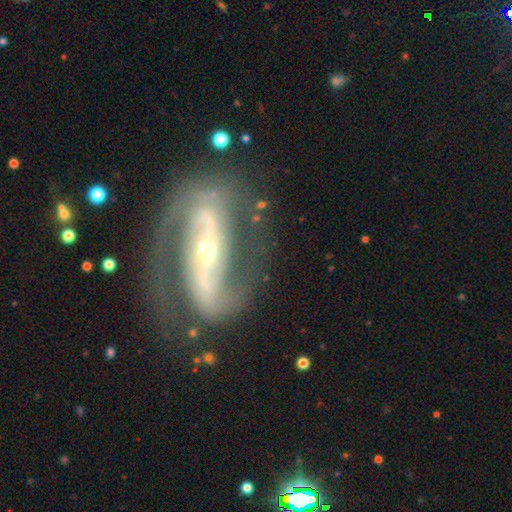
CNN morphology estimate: smooth_or_featured: featured or disk (p=0.89) [alt: star or artifact p=0.05]
disk_edge_on: no (p=0.95) [alt: yes p=0.05]
bar: strong (p=0.58) [alt: weak p=0.23]
has_spiral_arms: yes (p=0.95) [alt: no p=0.05]
spiral_winding: medium (p=0.50) [alt: loose p=0.26]
spiral_arm_count: 2 (p=0.90) [alt: can't tell p=0.04]
bulge_size: small (p=0.56) [alt: moderate p=0.39]
merging: none (p=0.71) [alt: minor disturbance p=0.15]